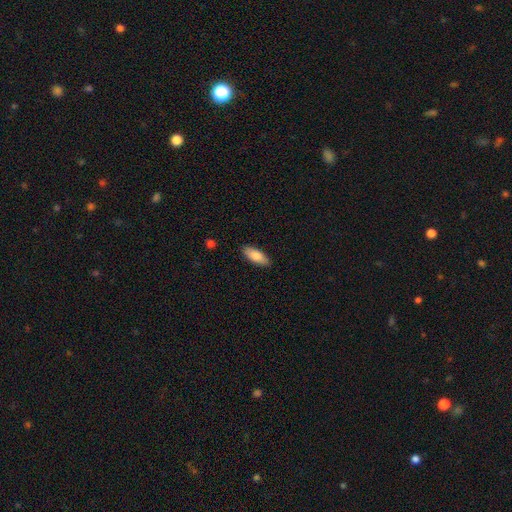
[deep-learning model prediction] smooth_or_featured: smooth (p=0.84) [alt: featured or disk p=0.10]
how_rounded: in between (p=0.76) [alt: cigar-shaped p=0.22]
merging: none (p=0.88) [alt: minor disturbance p=0.09]